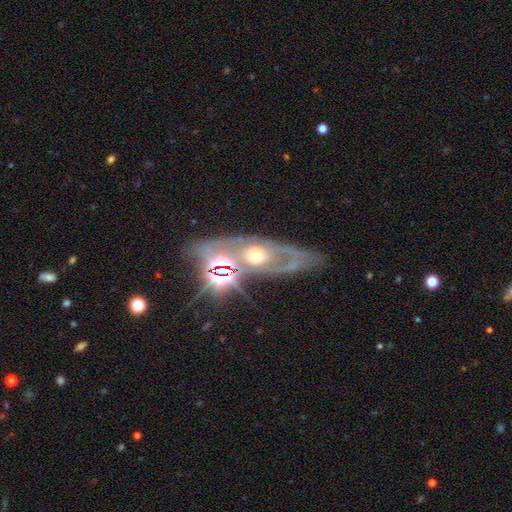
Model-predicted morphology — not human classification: featured or disk 62%, star or artifact 21%, smooth 18%. Down the decision tree: edge-on disk — no (84%); bar — no (79%); spiral arms — yes (55%); bulge size — moderate (60%); merging — none (58%).